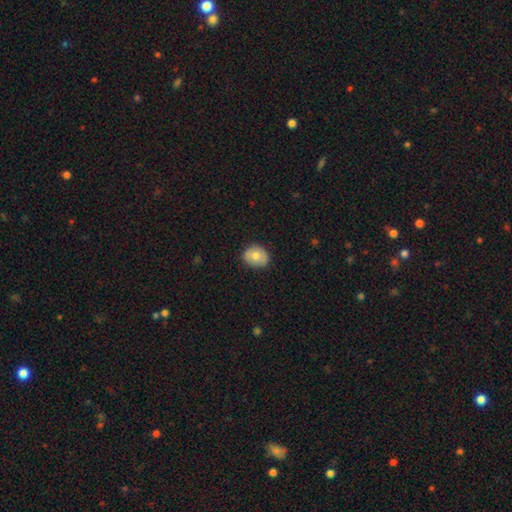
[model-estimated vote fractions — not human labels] Morphology: type=smooth (71%); roundness=round (68%); merging=none (82%).